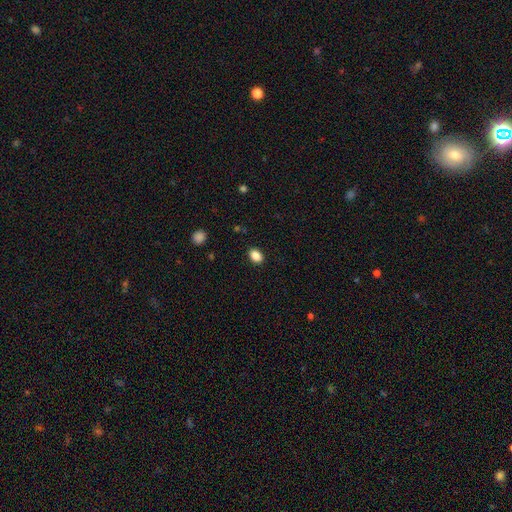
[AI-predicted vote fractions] smooth 87%, star or artifact 9%, featured or disk 4%. Down the decision tree: how rounded — in between (79%); merging — none (88%).